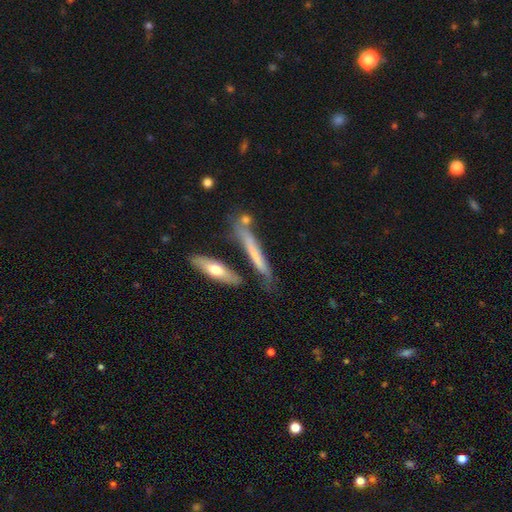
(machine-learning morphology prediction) smooth_or_featured: smooth (p=0.52) [alt: featured or disk p=0.40]
how_rounded: cigar-shaped (p=0.90) [alt: in between p=0.08]
merging: none (p=0.63) [alt: minor disturbance p=0.20]